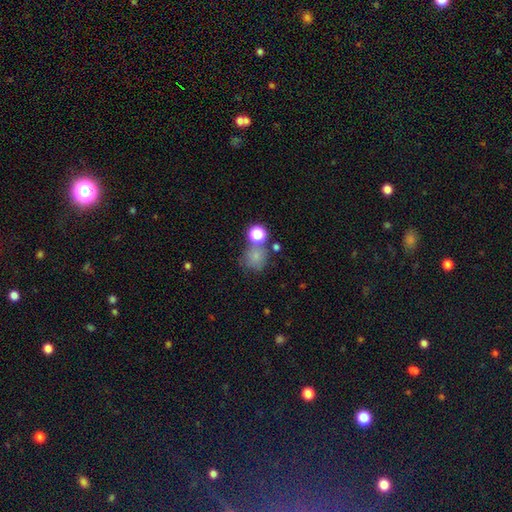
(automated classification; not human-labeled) Smooth or featured?
  - smooth: 74% *
  - star or artifact: 17%
  - featured or disk: 10%
How rounded?
  - round: 82% *
  - in between: 17%
  - cigar-shaped: 1%
Merging?
  - none: 56% *
  - merger: 22%
  - minor disturbance: 15%
  - major disturbance: 8%